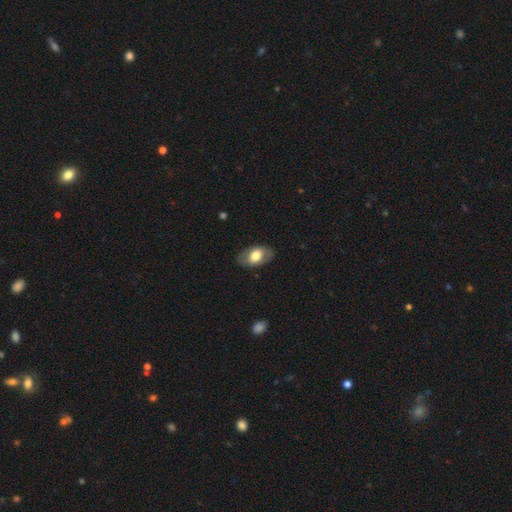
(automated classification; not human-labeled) Smooth or featured? smooth (64%)
How rounded? in between (91%)
Merging? none (83%)